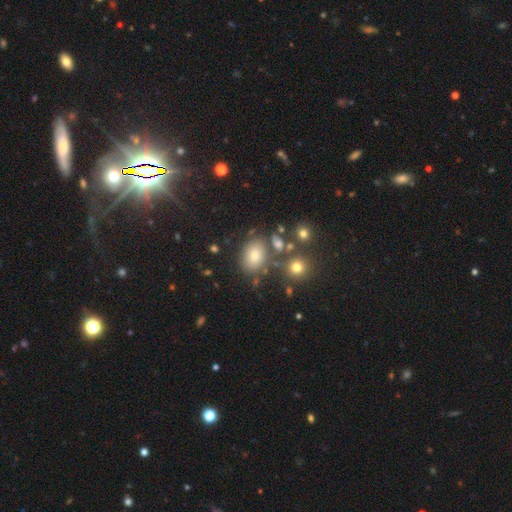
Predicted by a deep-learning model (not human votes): Smooth or featured? Predicted: smooth (p=0.70). How rounded? Predicted: in between (p=0.71). Merging? Predicted: none (p=0.70).